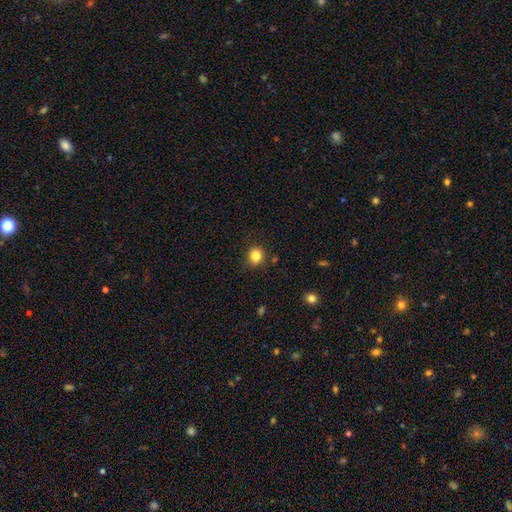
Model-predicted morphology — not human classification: Smooth or featured: smooth — 83% (star or artifact — 11%)
How rounded: round — 85% (in between — 14%)
Merging: none — 86% (minor disturbance — 9%)